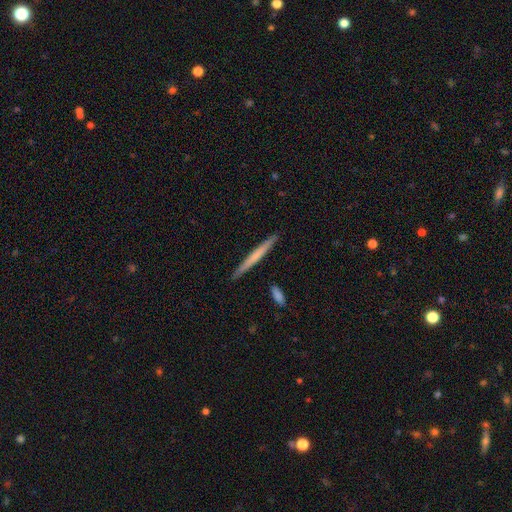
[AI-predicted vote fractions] Smooth or featured?
  - smooth: 55% *
  - featured or disk: 39%
  - star or artifact: 5%
How rounded?
  - cigar-shaped: 97% *
  - in between: 2%
  - round: 1%
Merging?
  - none: 90% *
  - minor disturbance: 7%
  - merger: 2%
  - major disturbance: 1%